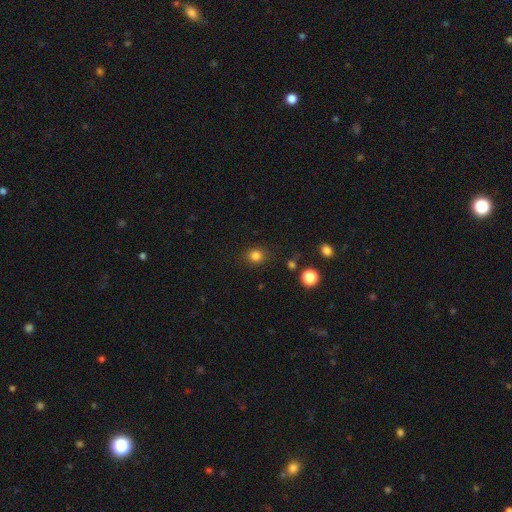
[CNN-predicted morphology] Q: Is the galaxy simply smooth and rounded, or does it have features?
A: smooth — 82%.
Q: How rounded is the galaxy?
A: round — 72%.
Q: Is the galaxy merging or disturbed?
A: none — 85%.